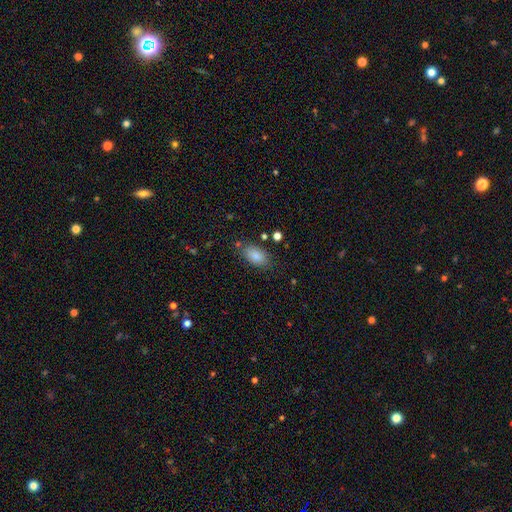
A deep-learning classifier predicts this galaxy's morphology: Smooth or featured? smooth (84%)
How rounded? in between (91%)
Merging? none (77%)